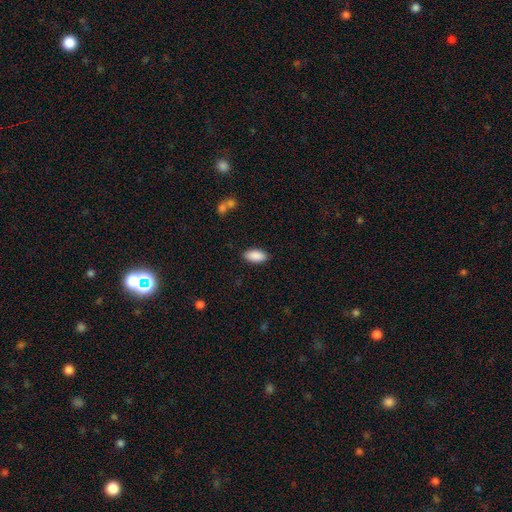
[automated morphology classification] Smooth or featured?
  - smooth: 90% *
  - star or artifact: 6%
  - featured or disk: 4%
How rounded?
  - in between: 92% *
  - cigar-shaped: 6%
  - round: 2%
Merging?
  - none: 87% *
  - minor disturbance: 9%
  - major disturbance: 2%
  - merger: 1%